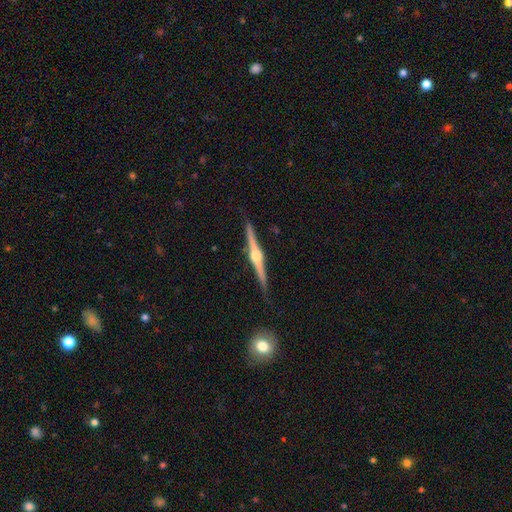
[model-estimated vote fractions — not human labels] A featured or disk galaxy (86%) viewed edge-on (99%) with a rounded central bulge (93%). Merging: none (88%).